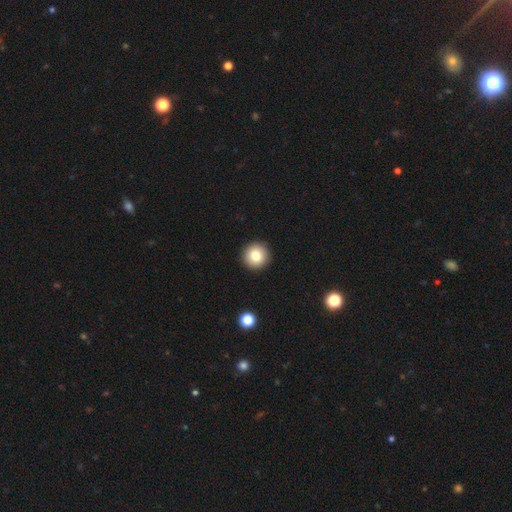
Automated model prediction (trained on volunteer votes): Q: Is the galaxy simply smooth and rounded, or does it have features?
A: smooth — 82%.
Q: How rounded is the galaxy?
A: round — 95%.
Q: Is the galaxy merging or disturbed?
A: none — 93%.